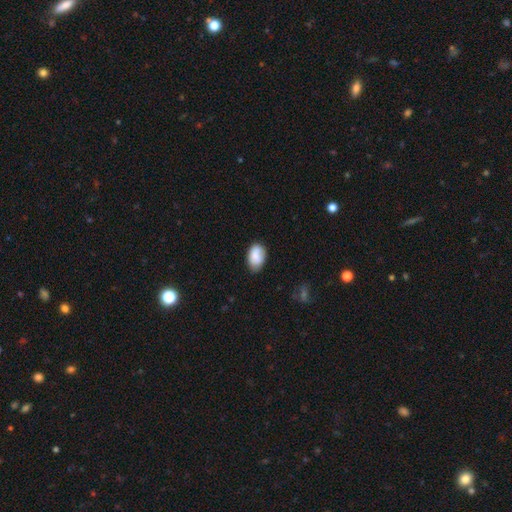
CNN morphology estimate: A smooth galaxy with no disk features (85%) that is in between round and cigar-shaped (91%).

Vote fractions:
- Smooth or featured? smooth: 85% / featured or disk: 8% / star or artifact: 7%
- How rounded? in between: 91% / round: 8% / cigar-shaped: 1%
- Merging? none: 71% / minor disturbance: 24% / major disturbance: 4% / merger: 2%